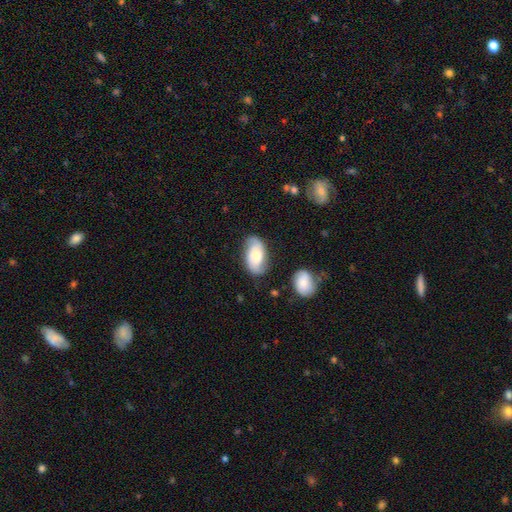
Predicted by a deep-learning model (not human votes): smooth 49%, featured or disk 44%, star or artifact 7%. Down the decision tree: merging — none (69%).